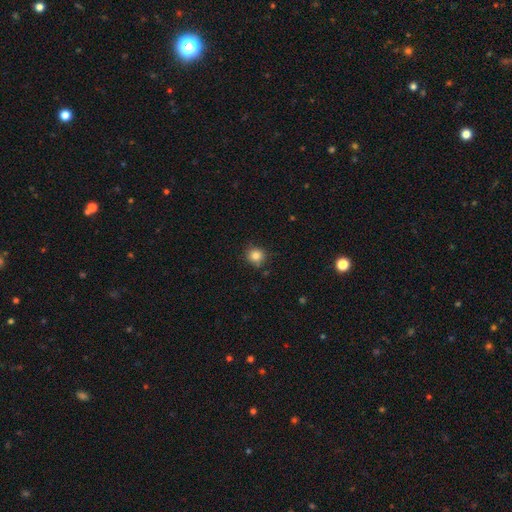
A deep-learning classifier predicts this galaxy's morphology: Smooth or featured?
  - smooth: 84% *
  - star or artifact: 11%
  - featured or disk: 5%
How rounded?
  - round: 90% *
  - in between: 9%
  - cigar-shaped: 1%
Merging?
  - none: 85% *
  - minor disturbance: 11%
  - major disturbance: 2%
  - merger: 2%